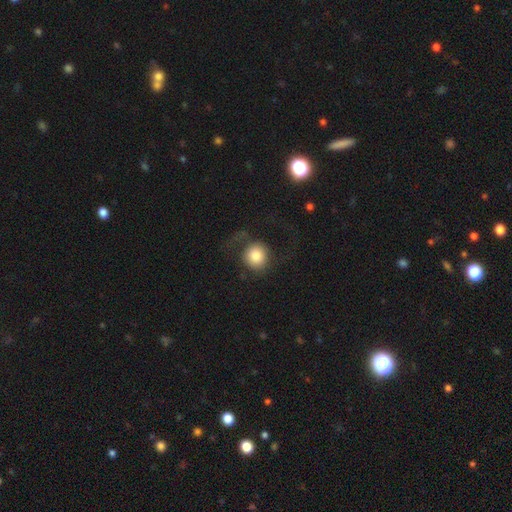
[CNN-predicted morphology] smooth 75%, featured or disk 17%, star or artifact 8%. Down the decision tree: how rounded — round (88%); merging — none (53%).